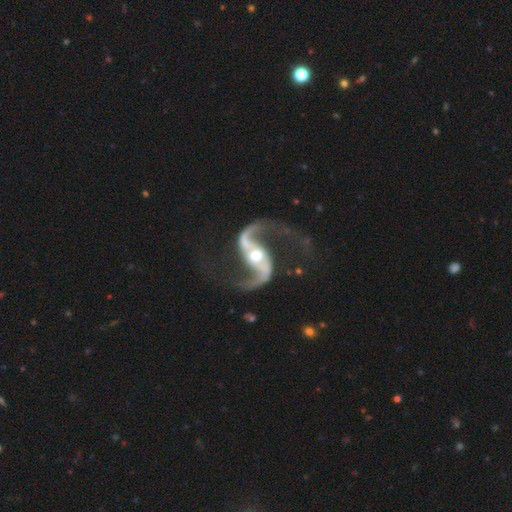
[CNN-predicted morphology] smooth_or_featured: featured or disk (p=0.94) [alt: star or artifact p=0.04]
disk_edge_on: no (p=0.97) [alt: yes p=0.03]
bar: strong (p=0.48) [alt: weak p=0.31]
has_spiral_arms: yes (p=0.98) [alt: no p=0.02]
spiral_winding: loose (p=0.70) [alt: medium p=0.25]
spiral_arm_count: 2 (p=0.95) [alt: 1 p=0.01]
bulge_size: moderate (p=0.66) [alt: small p=0.20]
merging: none (p=0.75) [alt: minor disturbance p=0.12]